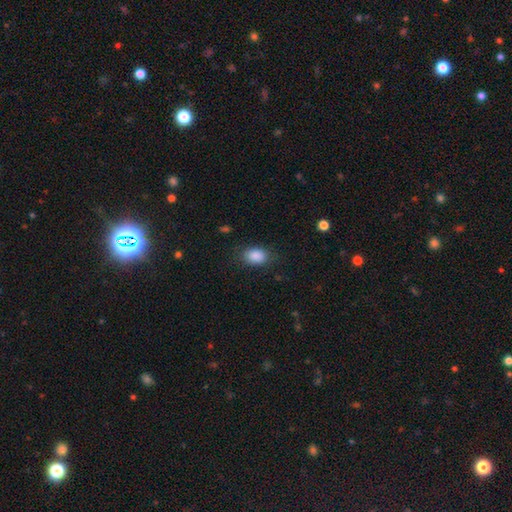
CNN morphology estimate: Smooth or featured: smooth — 88% (star or artifact — 8%)
How rounded: in between — 79% (round — 20%)
Merging: none — 79% (minor disturbance — 14%)